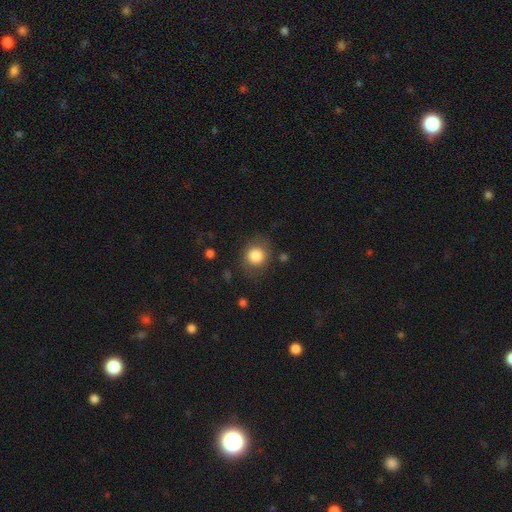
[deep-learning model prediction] Smooth or featured? smooth (83%)
How rounded? round (77%)
Merging? none (77%)